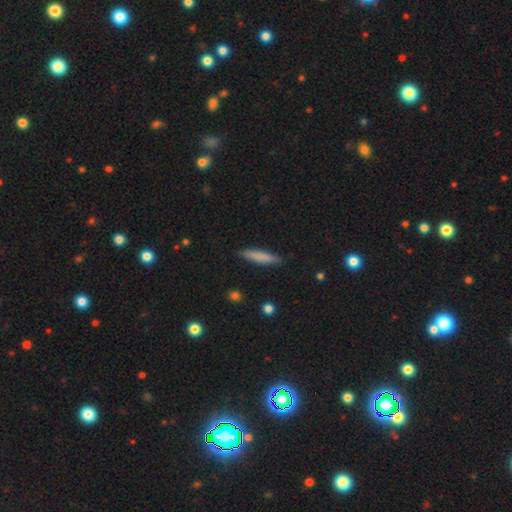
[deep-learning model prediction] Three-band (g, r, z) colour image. It shows a smooth galaxy with no disk features (76%) that is cigar-shaped (89%). Merging: none (88%).